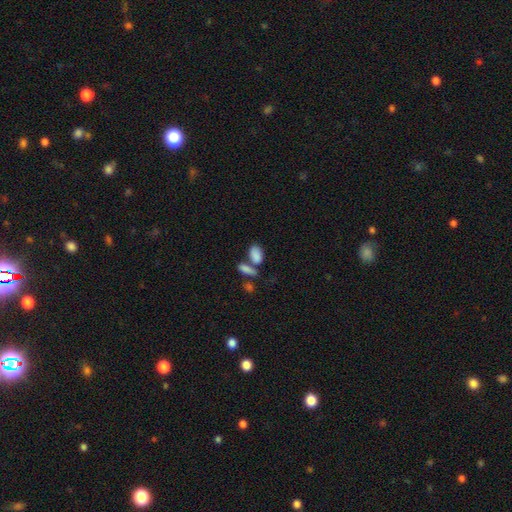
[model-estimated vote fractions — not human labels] Morphology: type=smooth (85%); roundness=in between (92%); merging=none (45%).